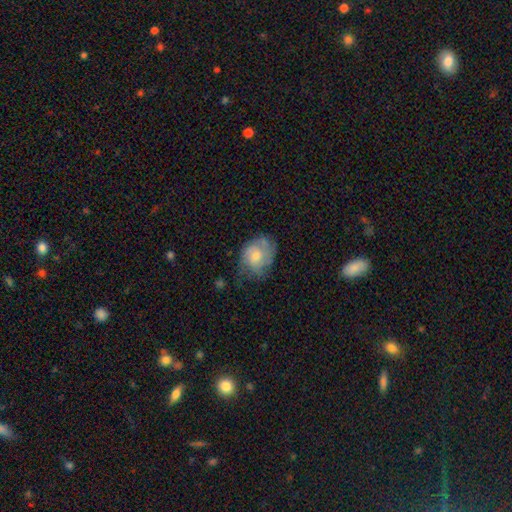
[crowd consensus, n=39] smooth-or-featured: featured or disk: 72% | smooth: 28% | star or artifact: 0%
  disk-edge-on: no: 96% | yes: 4%
    bar: no: 70% | weak: 22% | strong: 7%
    has-spiral-arms: yes: 85% | no: 15%
      spiral-winding: medium: 43% | tight: 30% | loose: 26%
      spiral-arm-count: can't tell: 48% | 3: 22% | 4: 17% | 2: 13% | 1: 0% | more than 4: 0%
    bulge-size: moderate: 63% | small: 30% | large: 7% | dominant: 0% | none: 0%
  merging: none: 49% | minor disturbance: 33% | major disturbance: 15% | merger: 3%